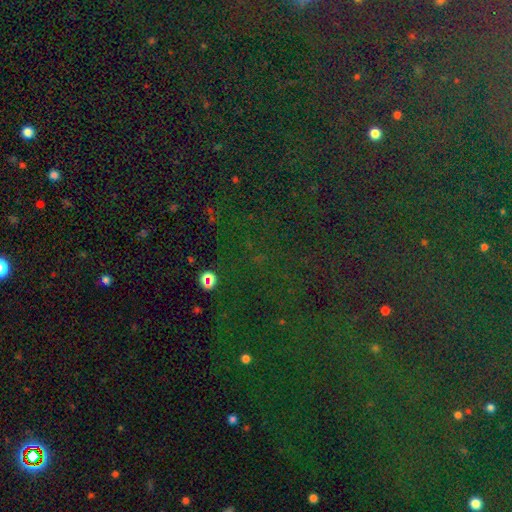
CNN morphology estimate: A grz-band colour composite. It shows a star or artifact, not a galaxy (83%).